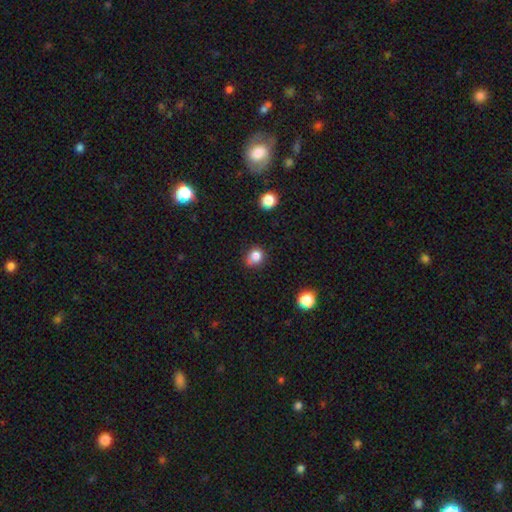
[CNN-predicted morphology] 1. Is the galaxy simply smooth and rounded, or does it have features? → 82% smooth, 12% star or artifact, 6% featured or disk.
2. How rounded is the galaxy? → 63% round, 36% in between, 1% cigar-shaped.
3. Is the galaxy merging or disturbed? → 57% none, 30% minor disturbance, 8% major disturbance, 5% merger.